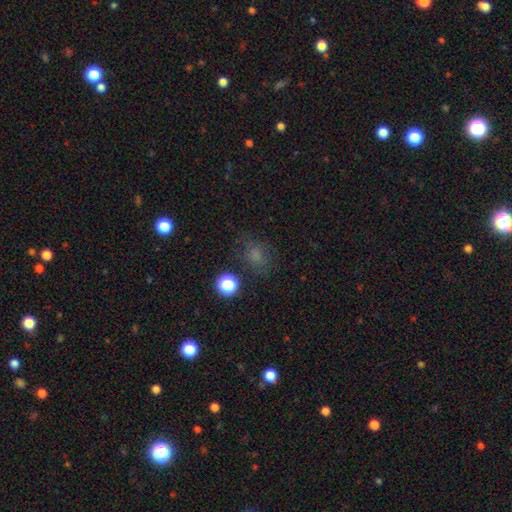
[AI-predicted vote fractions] smooth 67%, star or artifact 23%, featured or disk 10%. Down the decision tree: how rounded — round (50%); merging — none (68%).